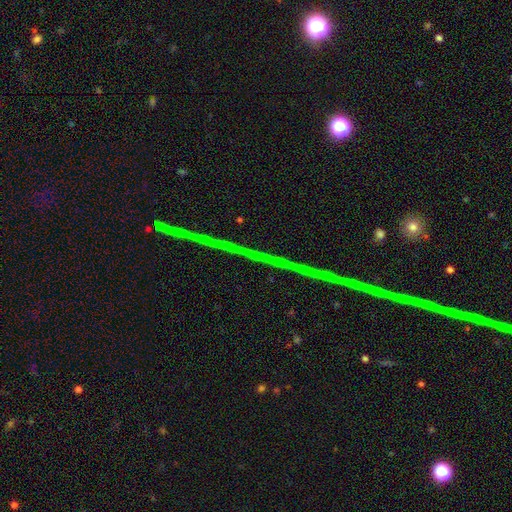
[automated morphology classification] type=star or artifact (80%).